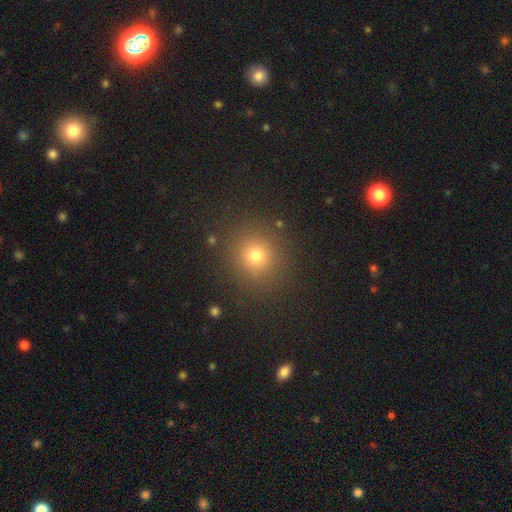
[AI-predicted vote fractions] Smooth or featured? Predicted: smooth (p=0.71). How rounded? Predicted: round (p=0.90). Merging? Predicted: none (p=0.88).